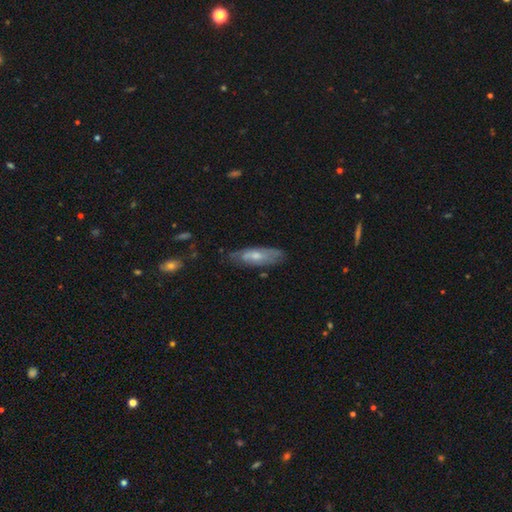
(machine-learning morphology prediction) featured or disk 48%, smooth 46%, star or artifact 6%. Down the decision tree: merging — none (64%).